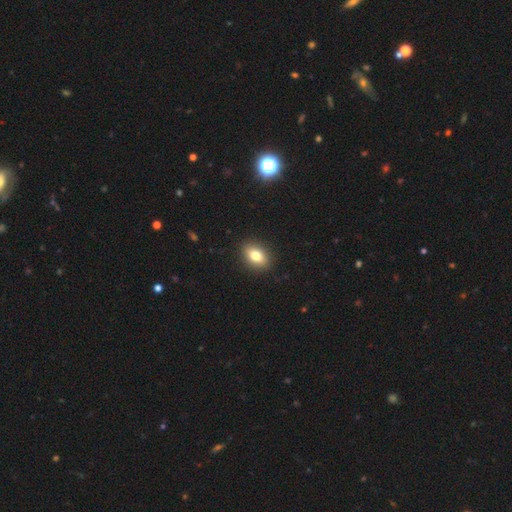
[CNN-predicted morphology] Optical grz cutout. It shows a smooth galaxy with no disk features (78%) that is in between round and cigar-shaped (79%). Merging: none (90%).